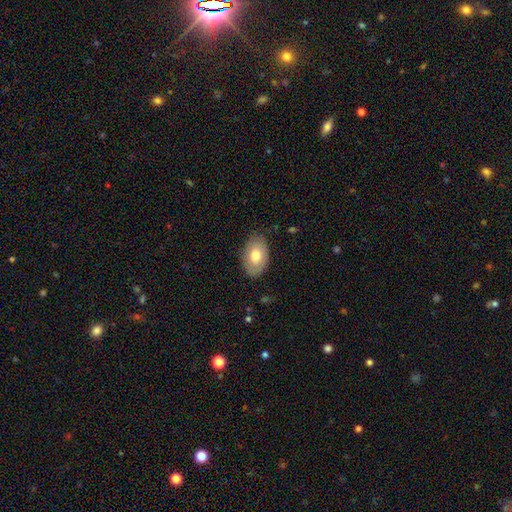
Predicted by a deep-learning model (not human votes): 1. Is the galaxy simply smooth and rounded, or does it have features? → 72% smooth, 21% featured or disk, 7% star or artifact.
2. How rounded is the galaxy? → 89% in between, 10% round, 1% cigar-shaped.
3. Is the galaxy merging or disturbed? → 81% none, 15% minor disturbance, 3% major disturbance, 1% merger.